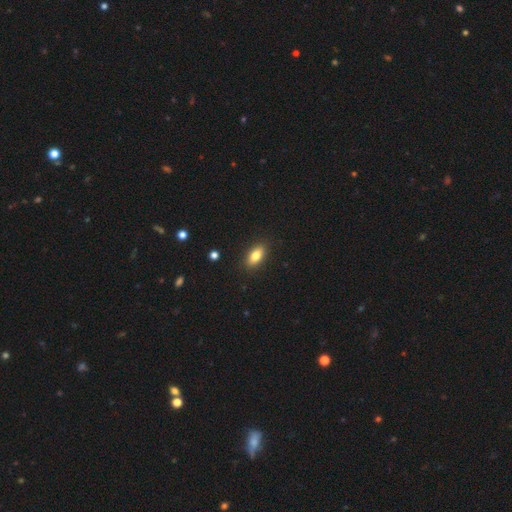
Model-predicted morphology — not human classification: Smooth or featured: smooth — 80% (featured or disk — 13%)
How rounded: in between — 86% (cigar-shaped — 9%)
Merging: none — 89% (minor disturbance — 8%)